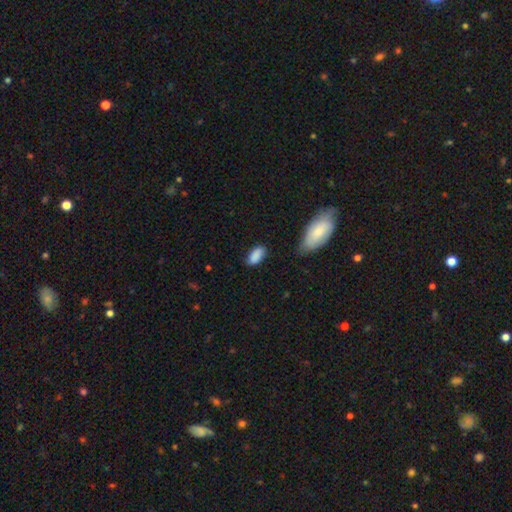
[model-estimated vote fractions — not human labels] smooth-or-featured: smooth: 88% | star or artifact: 7% | featured or disk: 5%
  how-rounded: in between: 92% | cigar-shaped: 4% | round: 3%
  merging: none: 75% | minor disturbance: 19% | major disturbance: 4% | merger: 2%